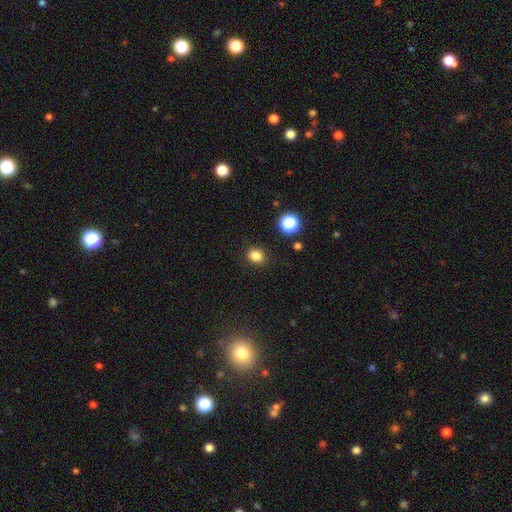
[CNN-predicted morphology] This is clearly a smooth galaxy (83%). How rounded: likely round (64%). Merging: clearly none (87%).